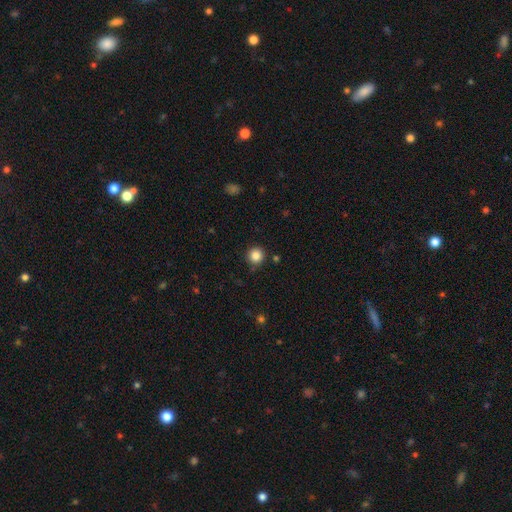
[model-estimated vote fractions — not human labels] Smooth or featured? smooth (85%)
How rounded? round (95%)
Merging? none (89%)